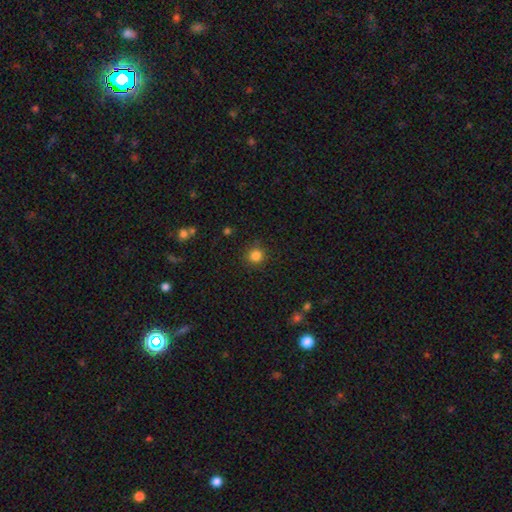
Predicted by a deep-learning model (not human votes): smooth 83%, star or artifact 13%, featured or disk 4%. Down the decision tree: how rounded — round (92%); merging — none (88%).